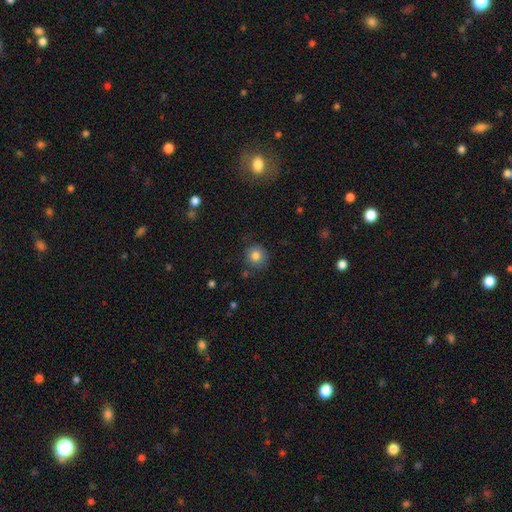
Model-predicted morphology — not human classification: This appears to be a smooth galaxy with no disk features (80%) that is round (89%). Merging: none (80%).